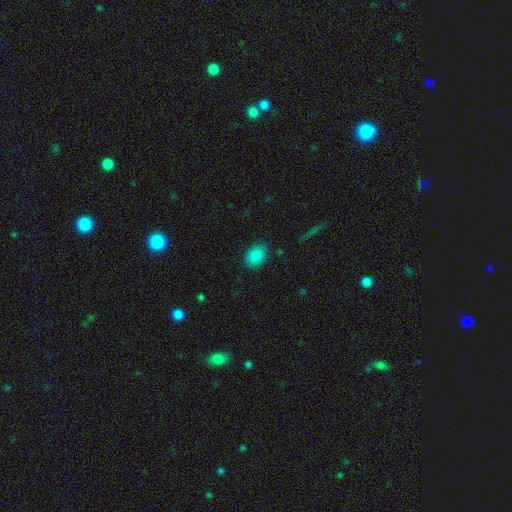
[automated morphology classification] The model was most divided on "how rounded": in between: 77%, round: 22%, cigar-shaped: 1%. More confident: smooth or featured — smooth (87%); merging — none (85%).